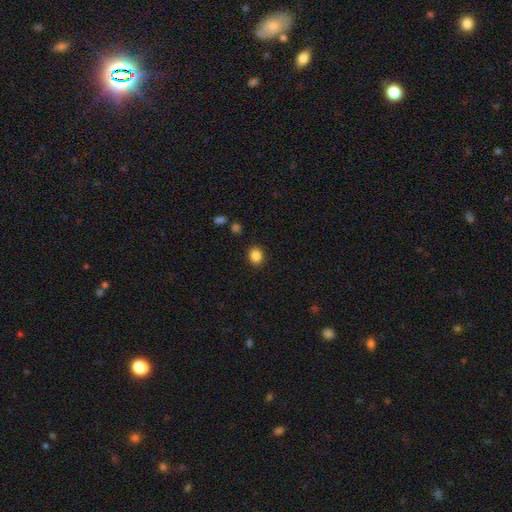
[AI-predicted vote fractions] Q: Smooth or featured?
A: smooth (86%); runner-up: star or artifact (10%)
Q: How rounded?
A: round (67%); runner-up: in between (32%)
Q: Merging?
A: none (89%); runner-up: minor disturbance (7%)